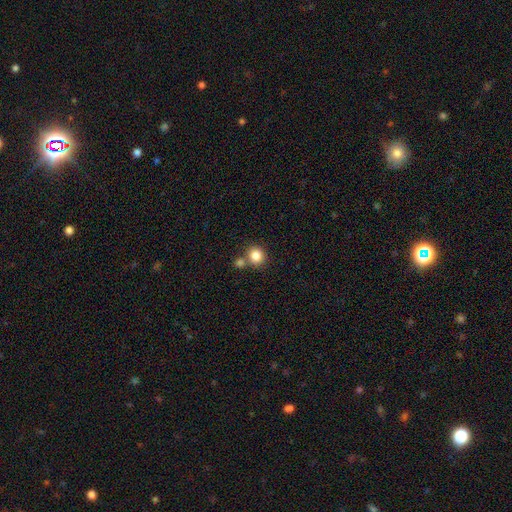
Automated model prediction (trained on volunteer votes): smooth 84%, star or artifact 10%, featured or disk 6%. Down the decision tree: how rounded — round (87%); merging — none (62%).